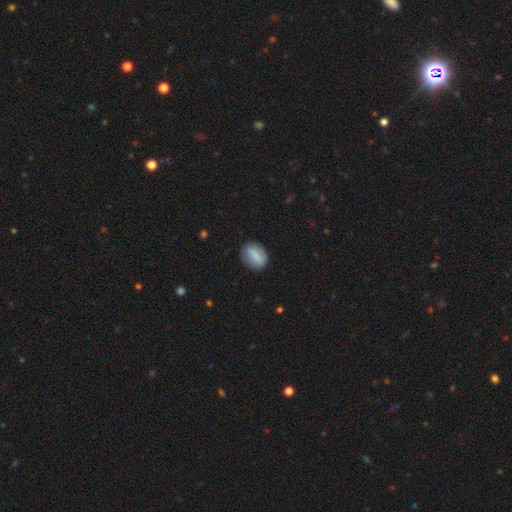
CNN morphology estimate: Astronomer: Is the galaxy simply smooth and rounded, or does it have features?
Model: smooth — 73%.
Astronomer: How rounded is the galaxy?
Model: in between — 74%.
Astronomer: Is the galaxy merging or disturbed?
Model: none — 81%.